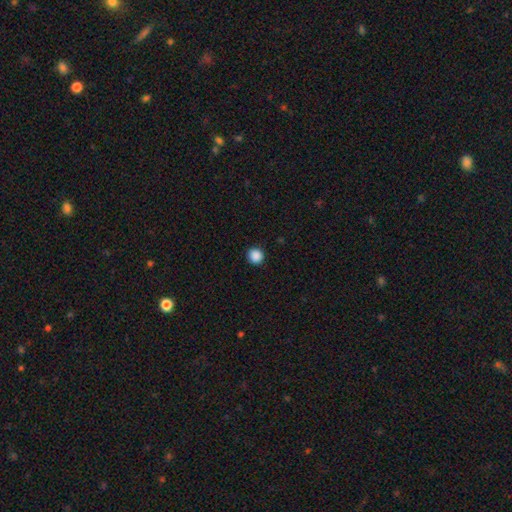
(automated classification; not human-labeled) Smooth or featured? Predicted: smooth (p=0.88). How rounded? Predicted: round (p=0.94). Merging? Predicted: none (p=0.93).